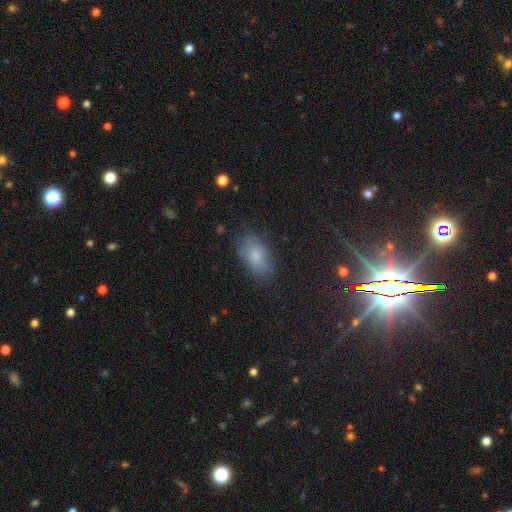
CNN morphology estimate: The model was most divided on "merging": none: 69%, minor disturbance: 21%, major disturbance: 8%, merger: 2%. More confident: how rounded — in between (91%); smooth or featured — smooth (68%).